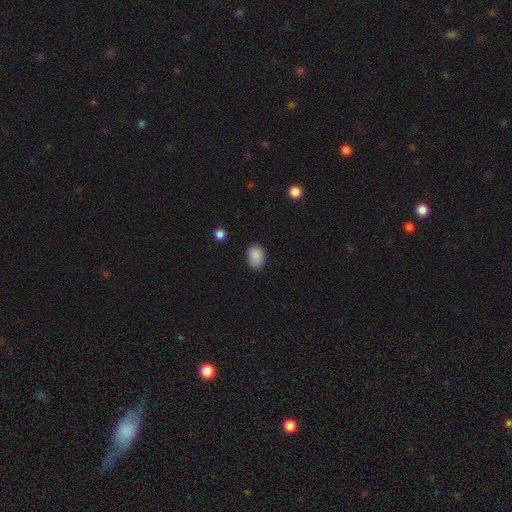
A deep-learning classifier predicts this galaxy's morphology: Overall: smooth (89%). How rounded: in between (80%). Merging: none (82%).